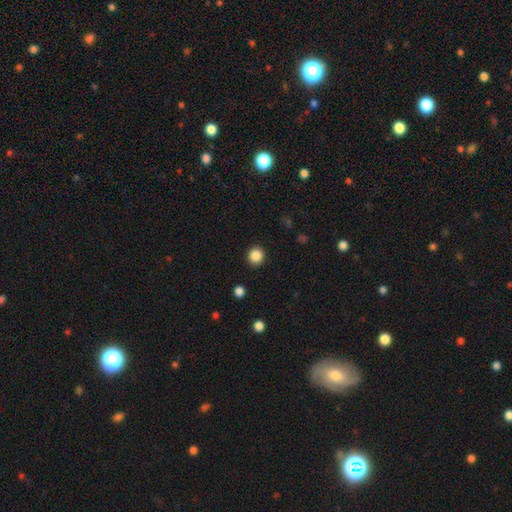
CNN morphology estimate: smooth_or_featured: smooth (p=0.86) [alt: star or artifact p=0.11]
how_rounded: round (p=0.91) [alt: in between p=0.08]
merging: none (p=0.91) [alt: minor disturbance p=0.06]